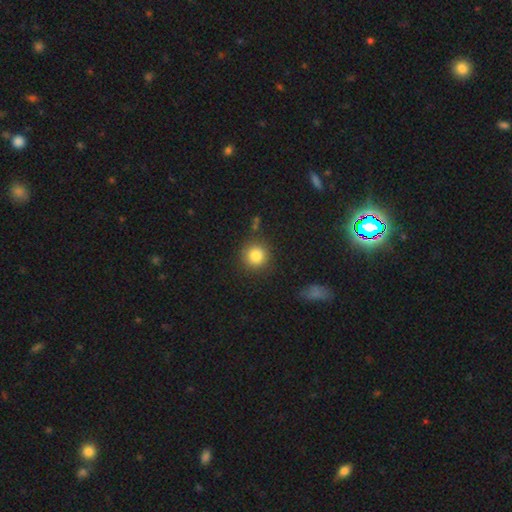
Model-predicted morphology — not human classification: This appears to be a smooth galaxy with no disk features (84%) that is round (93%). Merging: none (86%).